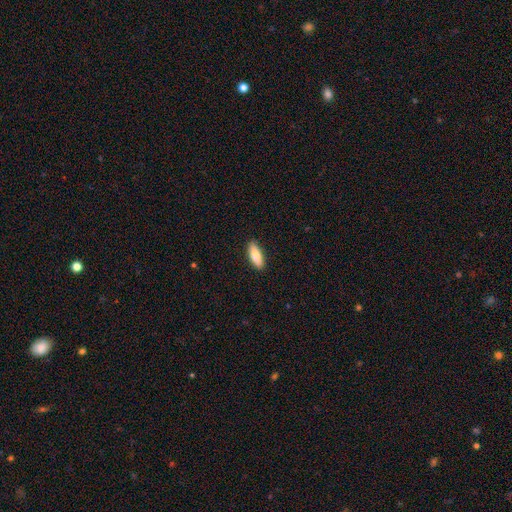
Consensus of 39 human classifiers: smooth 67%, featured or disk 21%, star or artifact 13%. Down the decision tree: how rounded — cigar-shaped (58%); merging — none (100%).